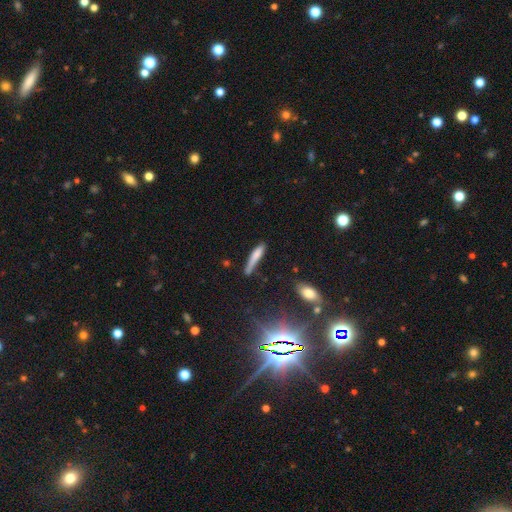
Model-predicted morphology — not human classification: This is likely a smooth galaxy (74%). How rounded: clearly cigar-shaped (88%). Merging: possibly none (56%).